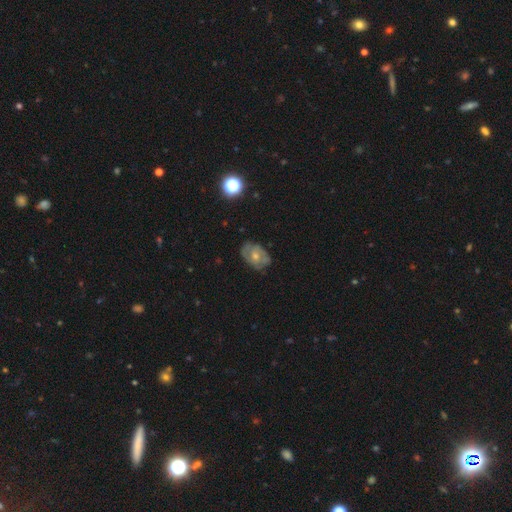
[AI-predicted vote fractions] Smooth or featured? Predicted: featured or disk (p=0.57). Edge-on disk? Predicted: no (p=0.95). Bar? Predicted: no (p=0.76). Spiral arms? Predicted: yes (p=0.55). Bulge size? Predicted: moderate (p=0.59). Merging? Predicted: none (p=0.67).